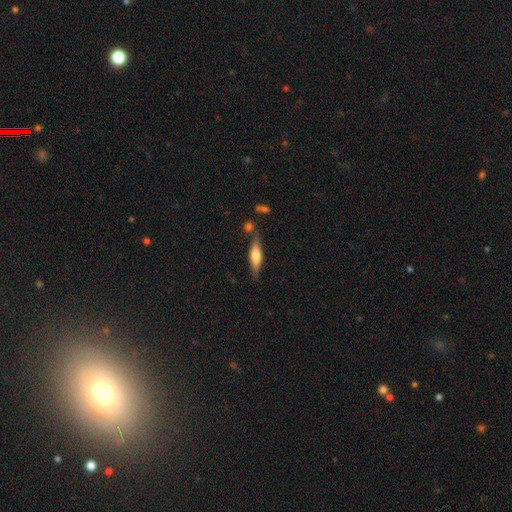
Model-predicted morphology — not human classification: Smooth or featured? Predicted: featured or disk (p=0.52). Edge-on disk? Predicted: yes (p=0.92). Merging? Predicted: none (p=0.73).